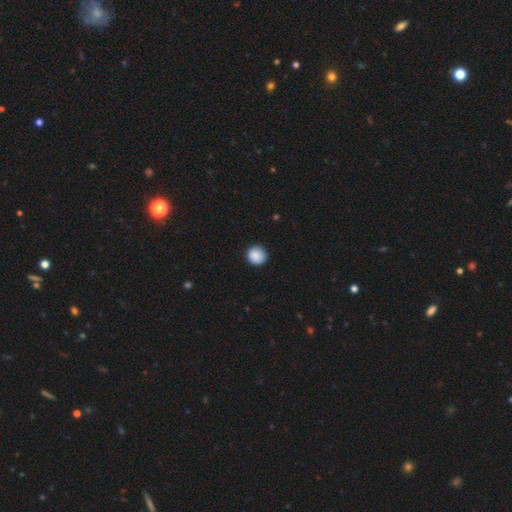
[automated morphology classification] This is clearly a smooth galaxy (89%). How rounded: clearly round (94%). Merging: clearly none (91%).